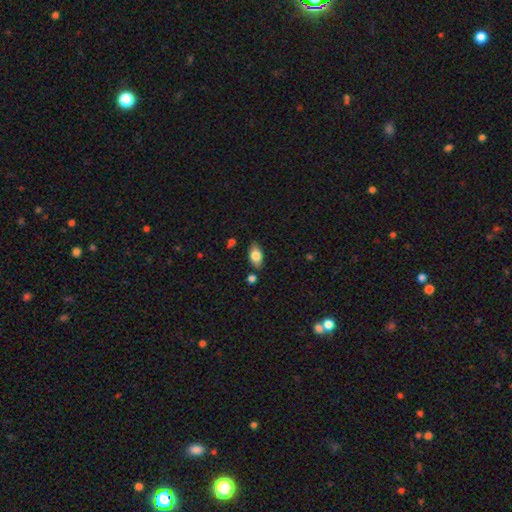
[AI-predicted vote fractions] Overall: smooth (76%). How rounded: in between (89%). Merging: none (79%).